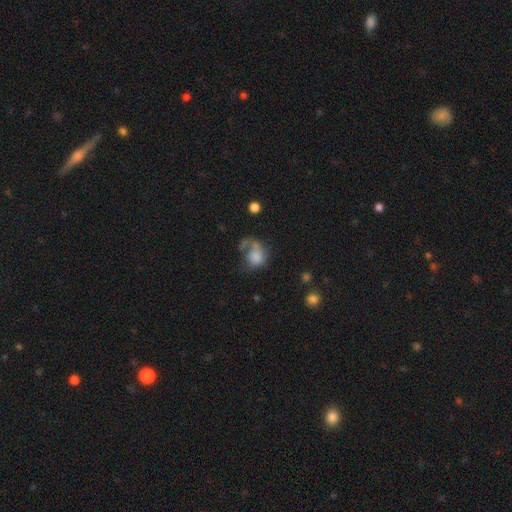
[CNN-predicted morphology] smooth-or-featured: smooth: 64% | featured or disk: 27% | star or artifact: 9%
  how-rounded: round: 53% | in between: 46% | cigar-shaped: 1%
  merging: major disturbance: 45% | none: 26% | minor disturbance: 19% | merger: 11%